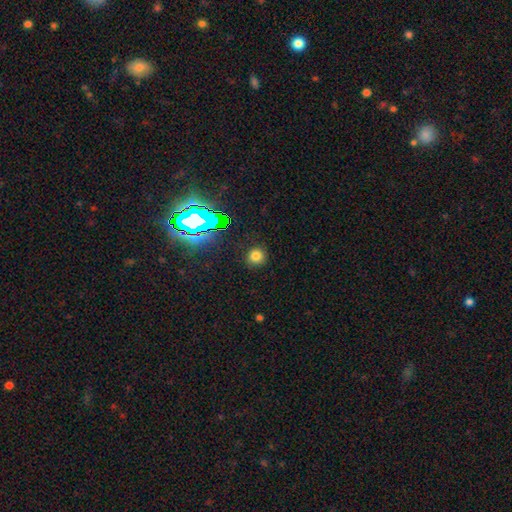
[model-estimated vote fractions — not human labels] smooth-or-featured: smooth: 74% | star or artifact: 20% | featured or disk: 6%
  how-rounded: round: 89% | in between: 10% | cigar-shaped: 1%
  merging: none: 89% | minor disturbance: 7% | major disturbance: 3% | merger: 1%